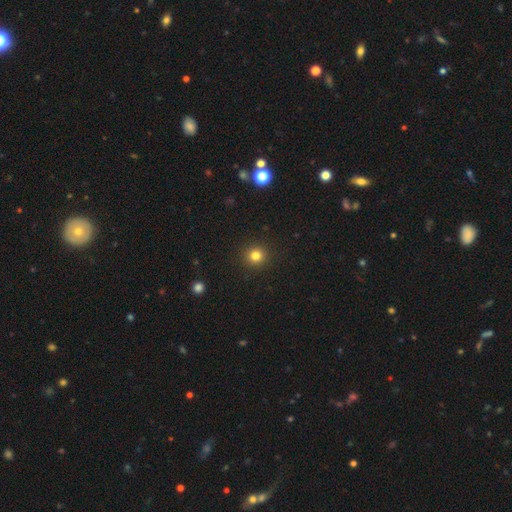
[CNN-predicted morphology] Smooth or featured?
  - smooth: 82% *
  - star or artifact: 13%
  - featured or disk: 5%
How rounded?
  - round: 93% *
  - in between: 6%
  - cigar-shaped: 1%
Merging?
  - none: 92% *
  - minor disturbance: 5%
  - major disturbance: 2%
  - merger: 1%